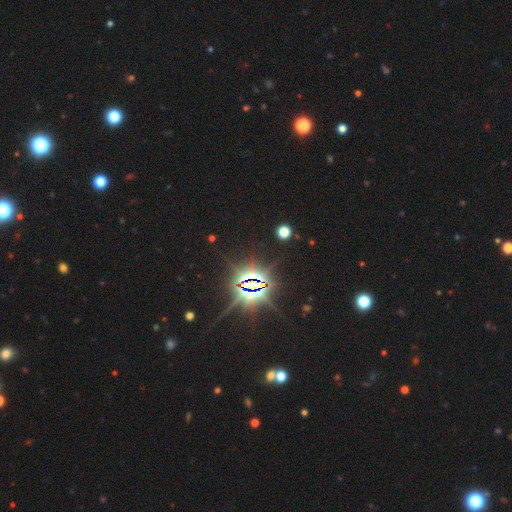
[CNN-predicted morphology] The model was most divided on "smooth or featured": star or artifact: 84%, smooth: 10%, featured or disk: 6%.